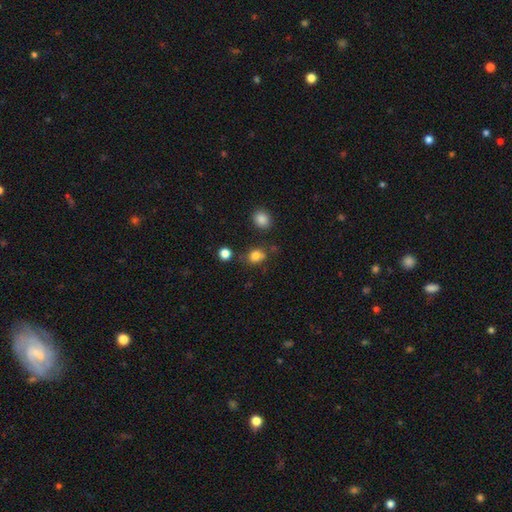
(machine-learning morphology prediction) This appears to be a smooth galaxy with no disk features (79%) that is round (60%). Merging: none (67%).